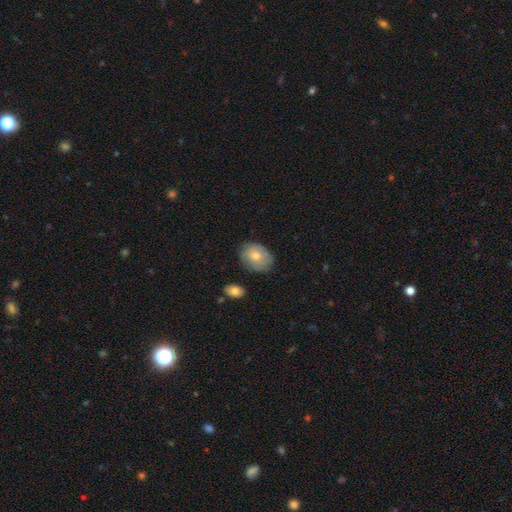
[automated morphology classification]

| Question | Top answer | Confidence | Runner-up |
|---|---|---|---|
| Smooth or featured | smooth | 59% | featured or disk (32%) |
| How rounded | in between | 65% | round (34%) |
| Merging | none | 76% | minor disturbance (19%) |